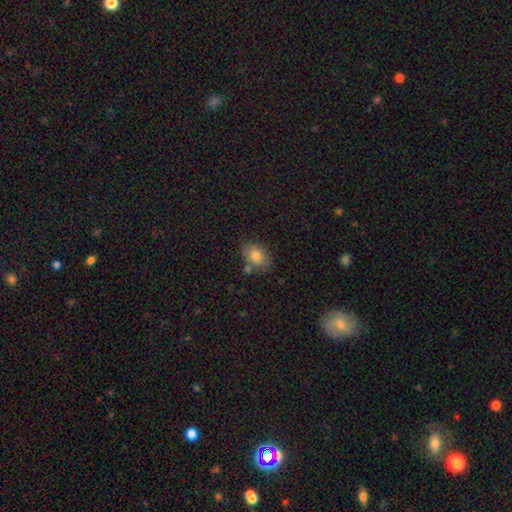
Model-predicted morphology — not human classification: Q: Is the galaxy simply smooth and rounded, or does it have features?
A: smooth — 80%.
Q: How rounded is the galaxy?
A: in between — 72%.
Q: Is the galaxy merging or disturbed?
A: none — 65%.